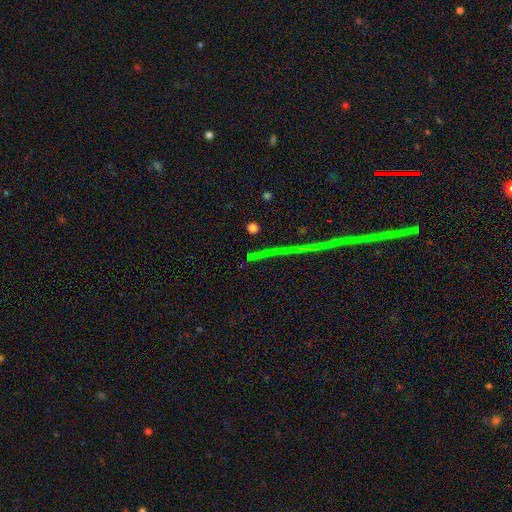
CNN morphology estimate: Q: Smooth or featured?
A: star or artifact (71%); runner-up: smooth (17%)